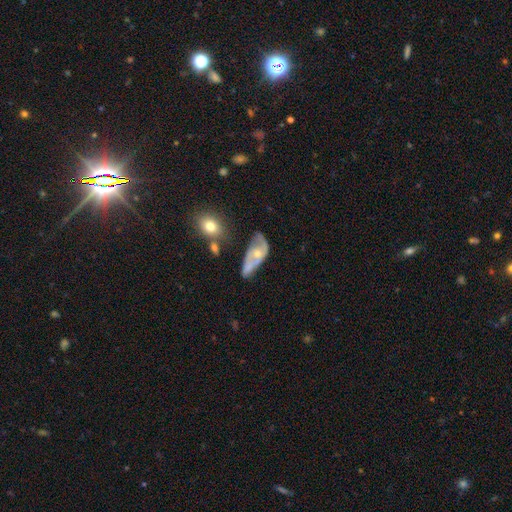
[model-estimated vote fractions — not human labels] Smooth or featured? featured or disk (65%)
Edge-on disk? no (91%)
Bar? no (78%)
Spiral arms? yes (64%)
Bulge size? small (47%)
Merging? none (33%)